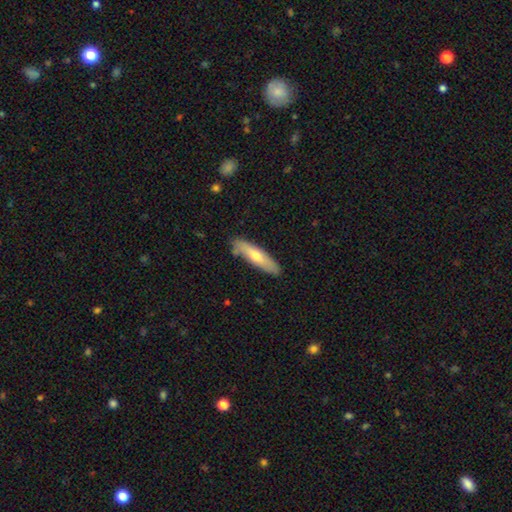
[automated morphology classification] A smooth galaxy with no disk features (57%) that is cigar-shaped (72%). Merging: none (83%).